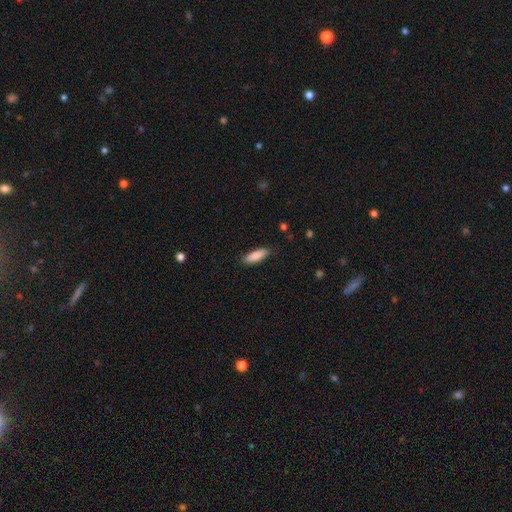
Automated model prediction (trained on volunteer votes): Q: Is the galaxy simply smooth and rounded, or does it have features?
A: smooth — 88%.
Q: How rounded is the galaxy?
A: in between — 56%.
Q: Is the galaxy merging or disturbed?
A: none — 86%.